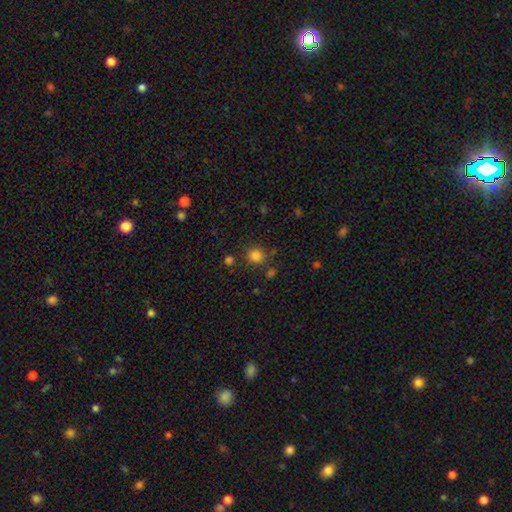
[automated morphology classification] Smooth or featured: smooth — 82% (star or artifact — 13%)
How rounded: round — 86% (in between — 13%)
Merging: none — 80% (minor disturbance — 10%)